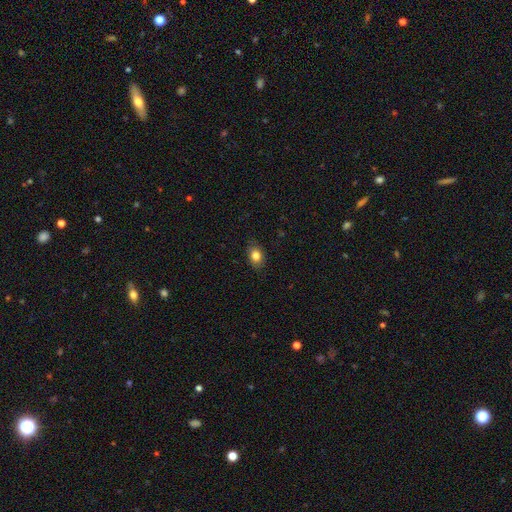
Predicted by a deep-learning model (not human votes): smooth_or_featured: smooth (p=0.83) [alt: star or artifact p=0.09]
how_rounded: in between (p=0.71) [alt: round p=0.27]
merging: none (p=0.86) [alt: minor disturbance p=0.11]